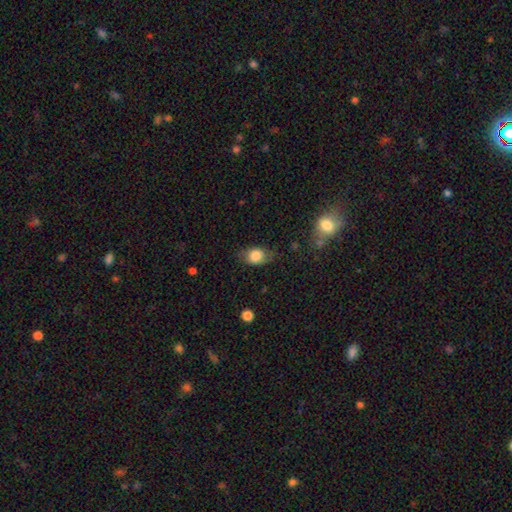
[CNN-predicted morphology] A smooth galaxy with no disk features (76%) that is in between round and cigar-shaped (70%).

Vote fractions:
- Smooth or featured? smooth: 76% / featured or disk: 15% / star or artifact: 8%
- How rounded? in between: 70% / round: 28% / cigar-shaped: 2%
- Merging? none: 68% / minor disturbance: 23% / major disturbance: 7% / merger: 1%